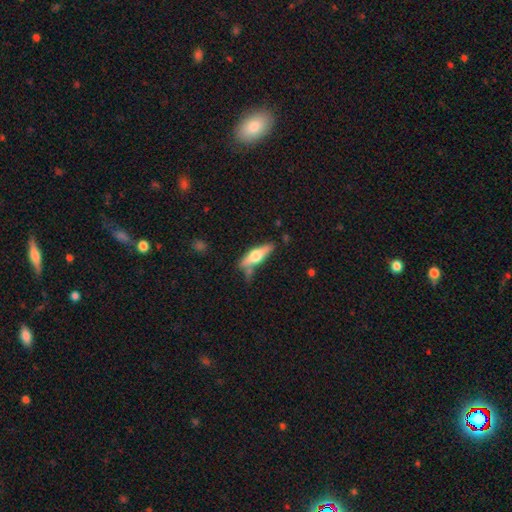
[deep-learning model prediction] Q: Smooth or featured?
A: featured or disk (51%); runner-up: smooth (44%)
Q: Edge-on disk?
A: yes (91%); runner-up: no (9%)
Q: Merging?
A: none (70%); runner-up: minor disturbance (18%)